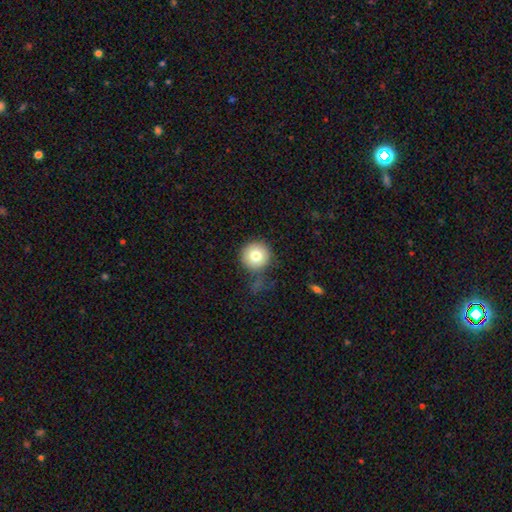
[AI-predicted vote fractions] A smooth galaxy with no disk features (78%) that is round (95%).

Vote fractions:
- Smooth or featured? smooth: 78% / featured or disk: 12% / star or artifact: 10%
- How rounded? round: 95% / in between: 4% / cigar-shaped: 1%
- Merging? none: 74% / minor disturbance: 15% / major disturbance: 7% / merger: 4%